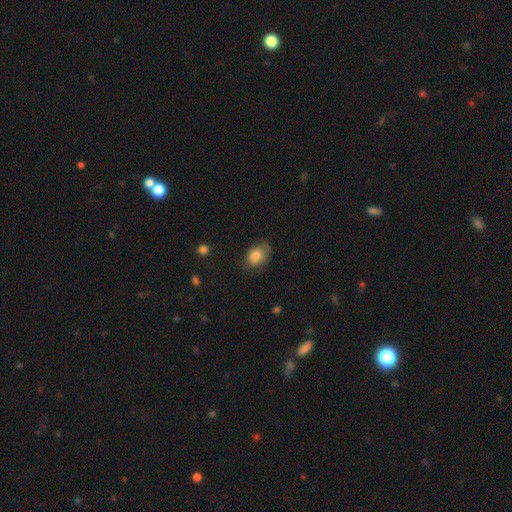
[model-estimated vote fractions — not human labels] Smooth or featured? Predicted: smooth (p=0.83). How rounded? Predicted: in between (p=0.75). Merging? Predicted: none (p=0.61).